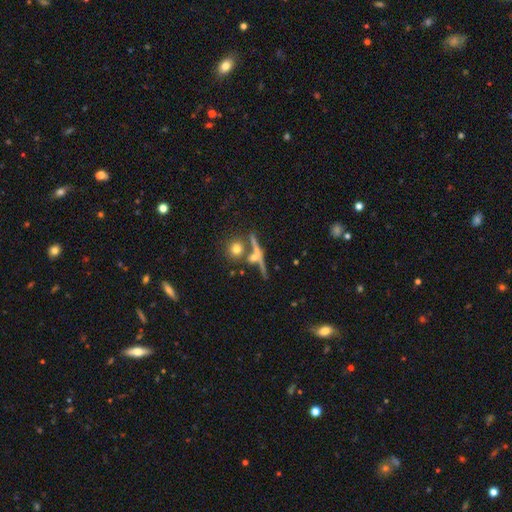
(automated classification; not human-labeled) Smooth or featured: featured or disk — 58% (smooth — 29%)
Edge-on disk: yes — 85% (no — 15%)
Merging: none — 66% (merger — 17%)